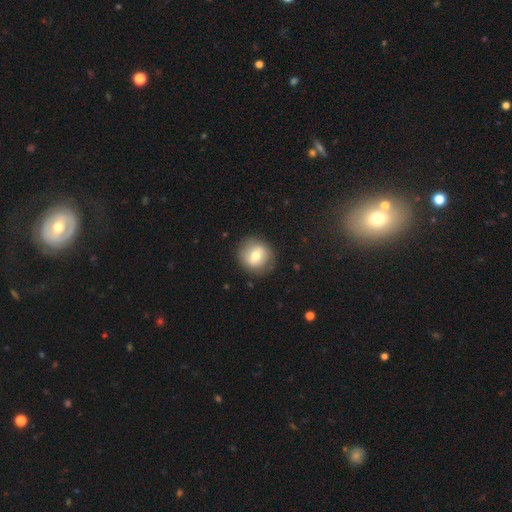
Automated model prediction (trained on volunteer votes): A smooth galaxy with no disk features (59%) that is round (86%). Merging: none (85%).